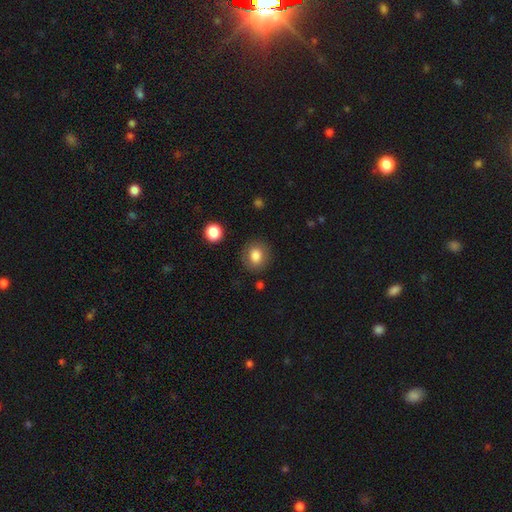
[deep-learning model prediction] Smooth or featured: smooth — 81% (star or artifact — 9%)
How rounded: round — 71% (in between — 28%)
Merging: none — 85% (minor disturbance — 10%)